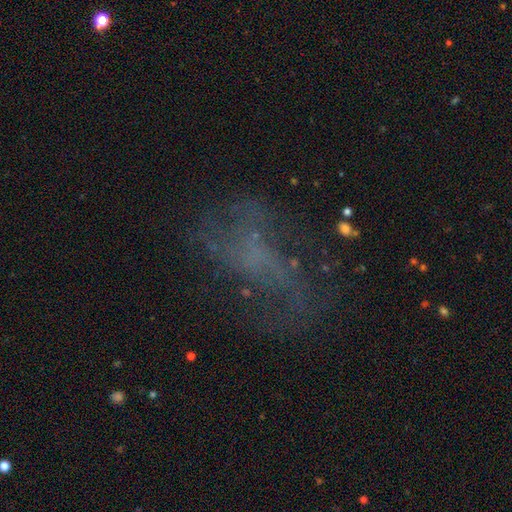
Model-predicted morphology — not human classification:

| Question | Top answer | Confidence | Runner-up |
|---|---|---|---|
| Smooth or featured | featured or disk | 51% | star or artifact (26%) |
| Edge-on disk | no | 96% | yes (4%) |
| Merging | none | 47% | major disturbance (32%) |